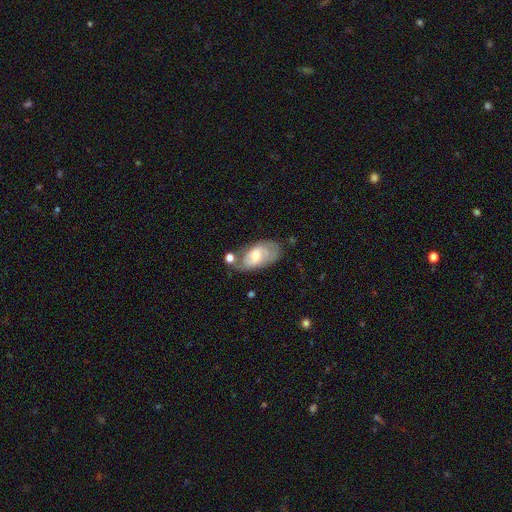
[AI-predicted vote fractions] smooth 47%, featured or disk 46%, star or artifact 7%. Down the decision tree: merging — none (51%).